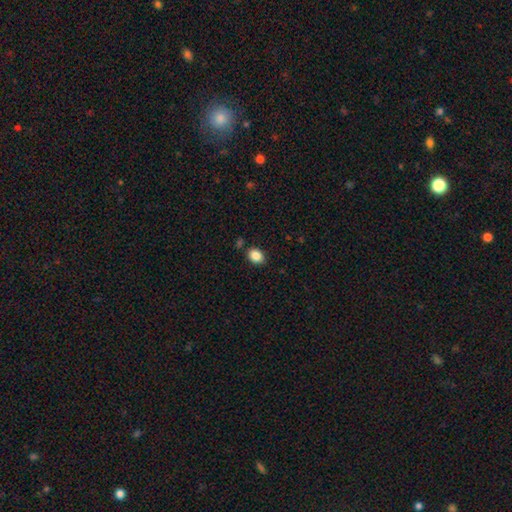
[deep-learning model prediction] Smooth or featured? Predicted: smooth (p=0.87). How rounded? Predicted: in between (p=0.62). Merging? Predicted: none (p=0.84).